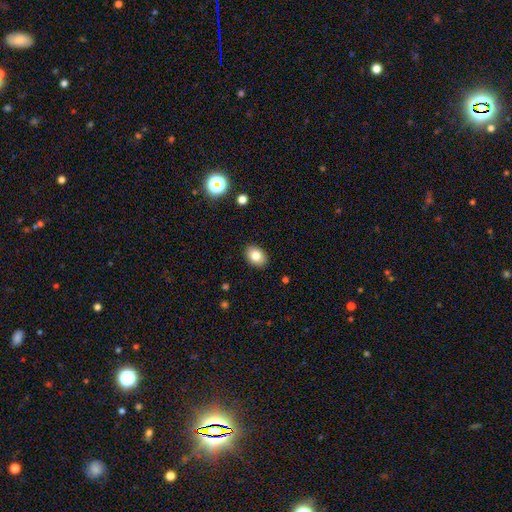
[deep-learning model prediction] Smooth or featured: smooth — 82% (featured or disk — 9%)
How rounded: in between — 74% (round — 25%)
Merging: none — 89% (minor disturbance — 8%)